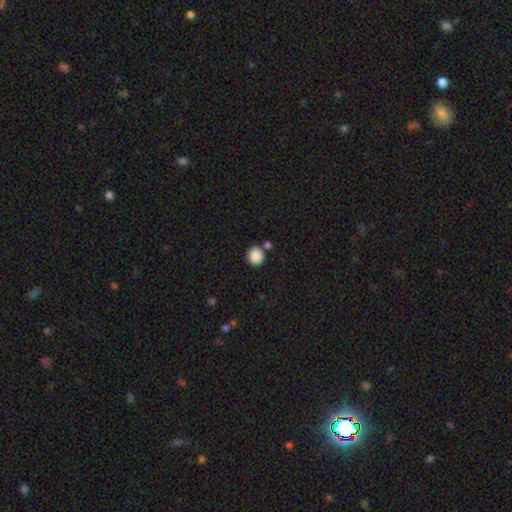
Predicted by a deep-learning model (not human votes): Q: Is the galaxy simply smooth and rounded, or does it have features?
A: smooth — 88%.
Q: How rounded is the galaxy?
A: round — 78%.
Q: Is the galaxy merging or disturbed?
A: none — 77%.